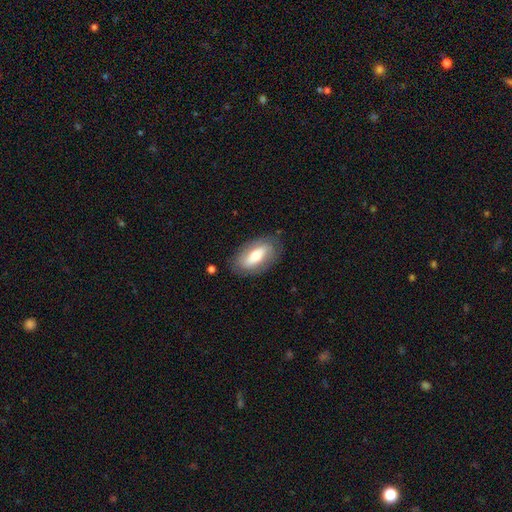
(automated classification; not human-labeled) Smooth or featured? smooth (55%)
How rounded? in between (88%)
Merging? none (81%)